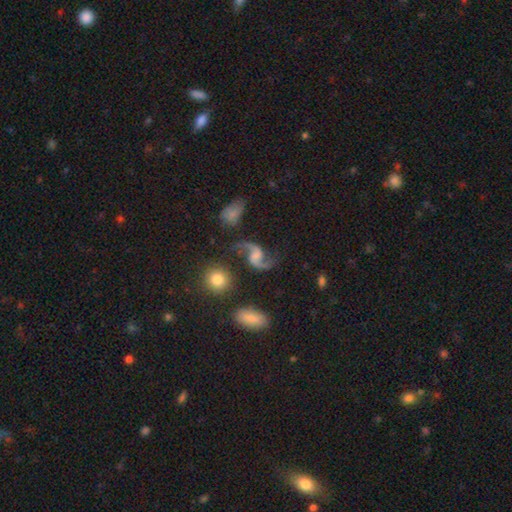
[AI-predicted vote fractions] smooth-or-featured: featured or disk: 88% | smooth: 6% | star or artifact: 5%
  disk-edge-on: no: 98% | yes: 2%
    bar: no: 48% | weak: 42% | strong: 10%
    has-spiral-arms: yes: 97% | no: 3%
      spiral-winding: loose: 82% | medium: 15% | tight: 3%
      spiral-arm-count: 2: 94% | 1: 2% | can't tell: 1% | 3: 1% | 4: 1% | more than 4: 1%
    bulge-size: none: 31% | small: 29% | moderate: 26% | large: 11% | dominant: 3%
  merging: none: 67% | minor disturbance: 15% | major disturbance: 11% | merger: 6%